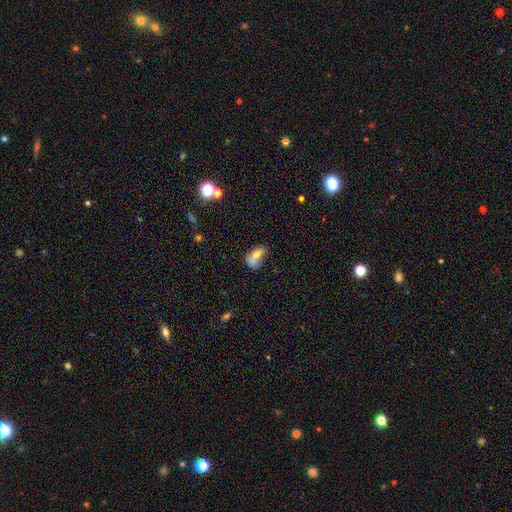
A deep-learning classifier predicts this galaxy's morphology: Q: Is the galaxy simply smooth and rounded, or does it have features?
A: smooth — 65%.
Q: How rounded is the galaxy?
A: in between — 81%.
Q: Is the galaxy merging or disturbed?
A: none — 30%.